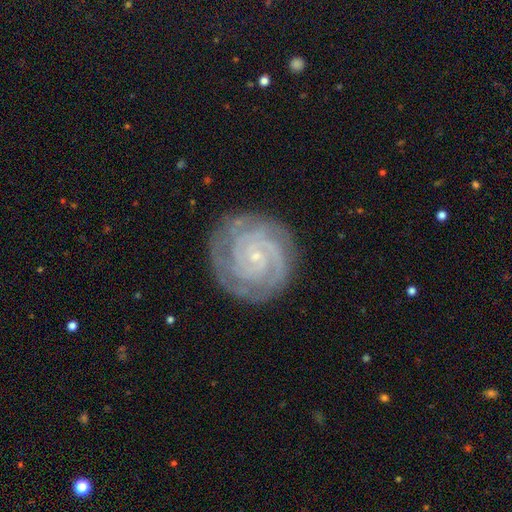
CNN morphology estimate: The model was most divided on "spiral arm count" (2-way tie): 3: 28%, 2: 28%, 4: 15%, can't tell: 15%, more than 4: 7%, 1: 7%. More confident: spiral arms — yes (98%); edge-on disk — no (98%); smooth or featured — featured or disk (89%); bulge size — small (88%); spiral winding — tight (83%); merging — none (82%); bar — no (73%).